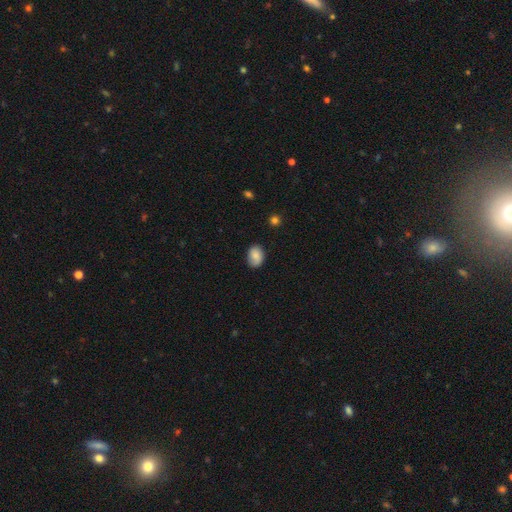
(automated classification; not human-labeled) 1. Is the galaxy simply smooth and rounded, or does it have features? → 81% smooth, 12% featured or disk, 8% star or artifact.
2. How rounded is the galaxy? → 79% in between, 20% round, 1% cigar-shaped.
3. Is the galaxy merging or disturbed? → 77% none, 18% minor disturbance, 3% major disturbance, 1% merger.